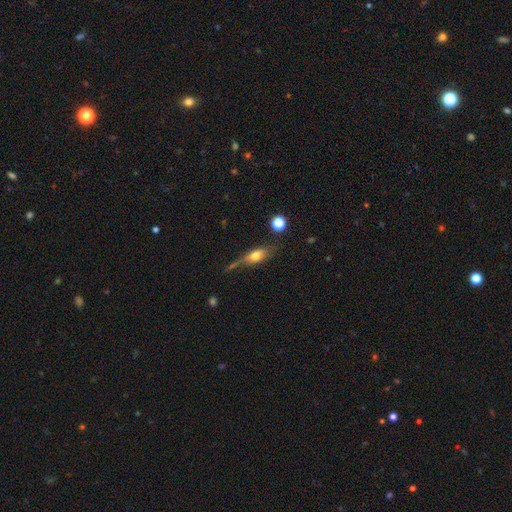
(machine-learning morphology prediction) smooth-or-featured: smooth: 55% | featured or disk: 35% | star or artifact: 9%
  how-rounded: in between: 63% | cigar-shaped: 29% | round: 8%
  merging: none: 52% | minor disturbance: 24% | major disturbance: 13% | merger: 11%